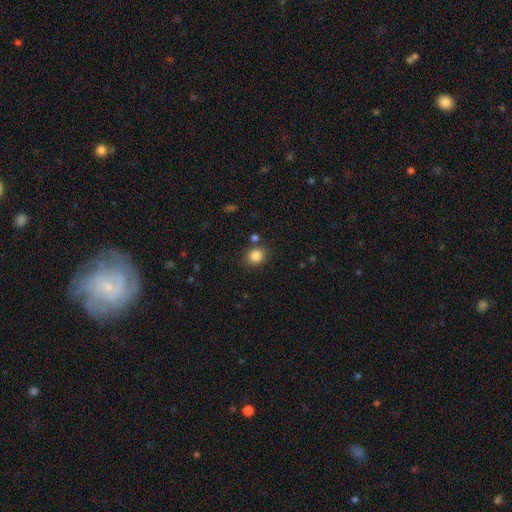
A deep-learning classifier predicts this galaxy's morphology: smooth 85%, star or artifact 10%, featured or disk 5%. Down the decision tree: how rounded — round (72%); merging — none (80%).